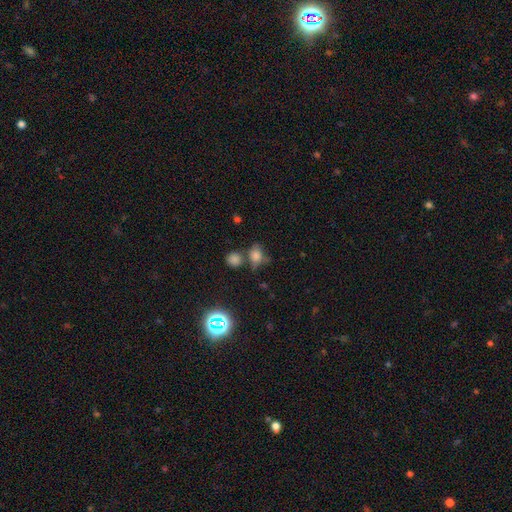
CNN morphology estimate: The model was most divided on "how rounded": in between: 49%, round: 48%, cigar-shaped: 3%. Remaining: smooth or featured — smooth (67%); merging — none (49%).